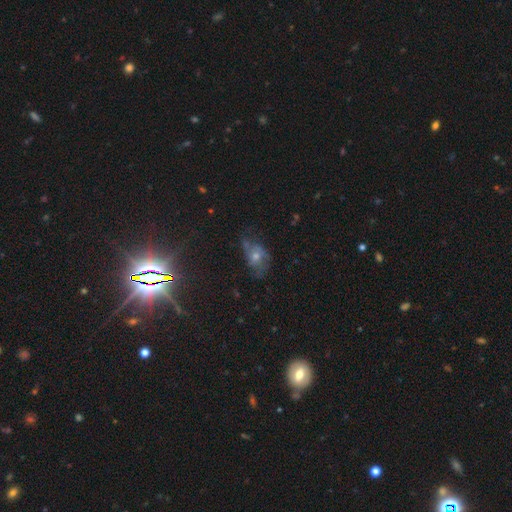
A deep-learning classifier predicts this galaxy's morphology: smooth-or-featured: featured or disk: 48% | star or artifact: 33% | smooth: 20%
  merging: none: 54% | minor disturbance: 24% | major disturbance: 20% | merger: 2%